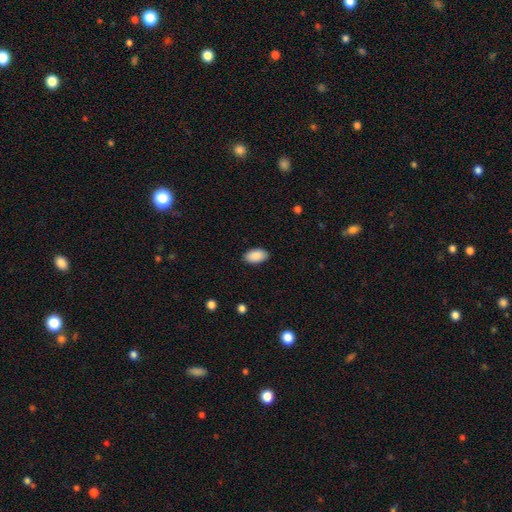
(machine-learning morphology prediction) A smooth galaxy with no disk features (90%) that is in between round and cigar-shaped (95%).

Vote fractions:
- Smooth or featured? smooth: 90% / star or artifact: 6% / featured or disk: 3%
- How rounded? in between: 95% / round: 4% / cigar-shaped: 2%
- Merging? none: 89% / minor disturbance: 8% / major disturbance: 2% / merger: 1%